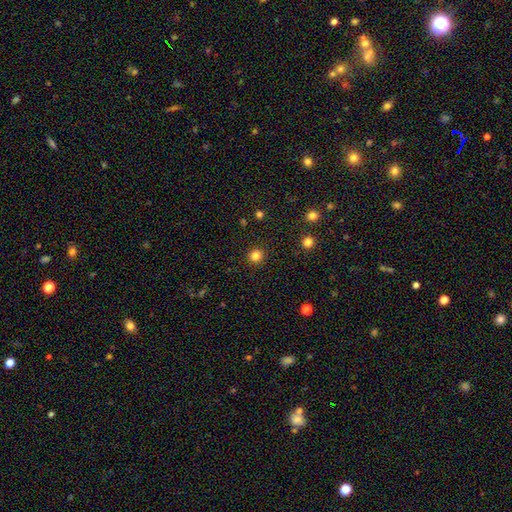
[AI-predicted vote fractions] Morphology: type=smooth (83%); roundness=round (90%); merging=none (91%).